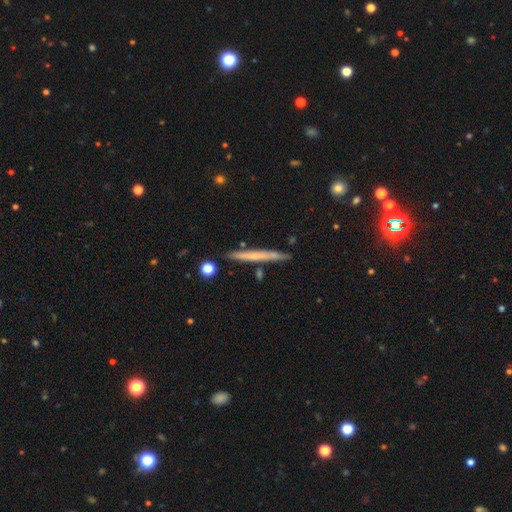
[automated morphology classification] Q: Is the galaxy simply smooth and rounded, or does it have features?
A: smooth — 51%.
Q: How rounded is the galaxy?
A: cigar-shaped — 97%.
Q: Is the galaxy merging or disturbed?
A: none — 87%.